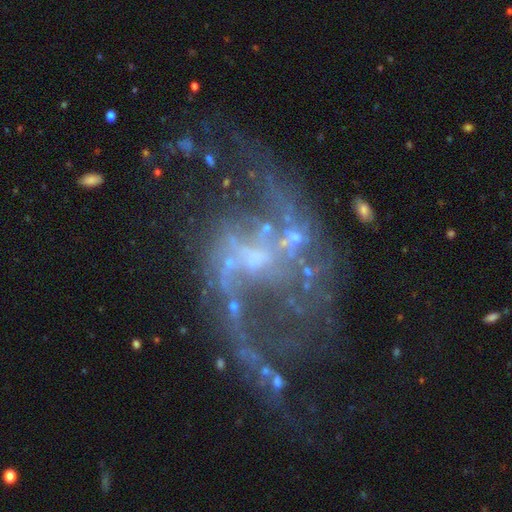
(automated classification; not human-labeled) Smooth or featured? Predicted: featured or disk (p=0.89). Edge-on disk? Predicted: no (p=0.98). Bar? Predicted: weak (p=0.46). Spiral arms? Predicted: yes (p=0.92). Spiral winding? Predicted: loose (p=0.73). Spiral arm count? Predicted: 2 (p=0.89). Bulge size? Predicted: small (p=0.52). Merging? Predicted: none (p=0.53).